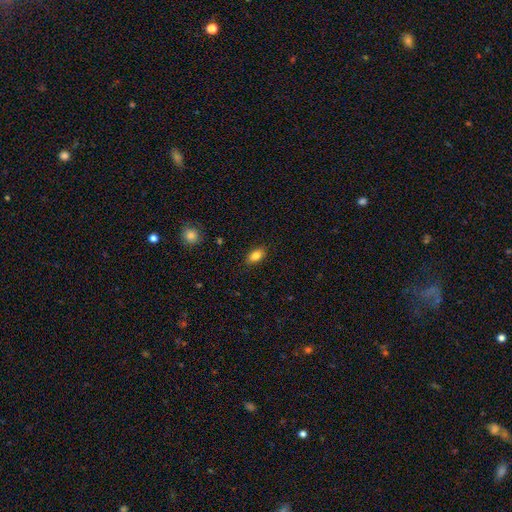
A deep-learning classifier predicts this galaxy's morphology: smooth-or-featured: smooth: 84% | star or artifact: 8% | featured or disk: 8%
  how-rounded: in between: 88% | round: 8% | cigar-shaped: 4%
  merging: none: 87% | minor disturbance: 10% | major disturbance: 2% | merger: 1%